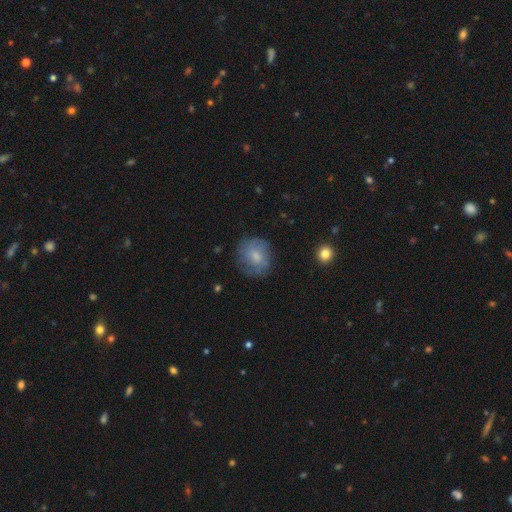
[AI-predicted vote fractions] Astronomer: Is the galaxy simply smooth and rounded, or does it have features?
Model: smooth — 60%.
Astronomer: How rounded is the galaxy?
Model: round — 70%.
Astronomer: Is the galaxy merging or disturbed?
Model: none — 70%.